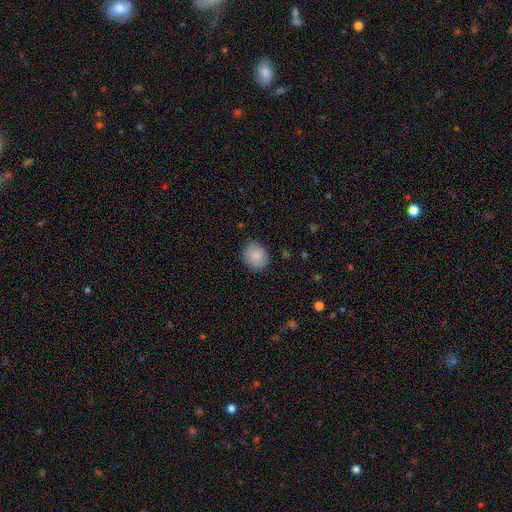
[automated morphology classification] This is clearly a smooth galaxy (88%). How rounded: likely round (73%). Merging: clearly none (87%).